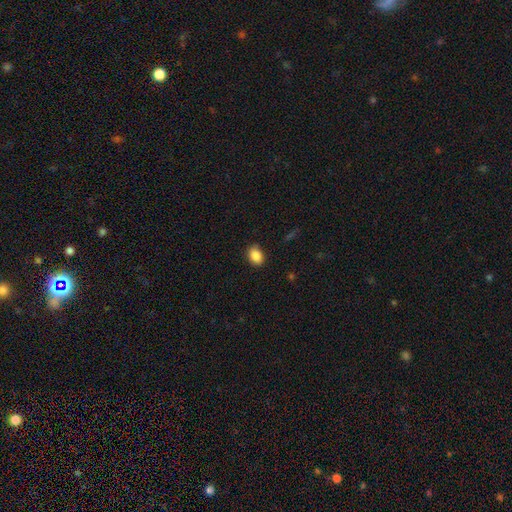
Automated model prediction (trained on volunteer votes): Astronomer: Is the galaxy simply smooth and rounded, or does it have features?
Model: smooth — 88%.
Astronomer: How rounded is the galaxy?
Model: in between — 74%.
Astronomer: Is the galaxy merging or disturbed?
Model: none — 86%.